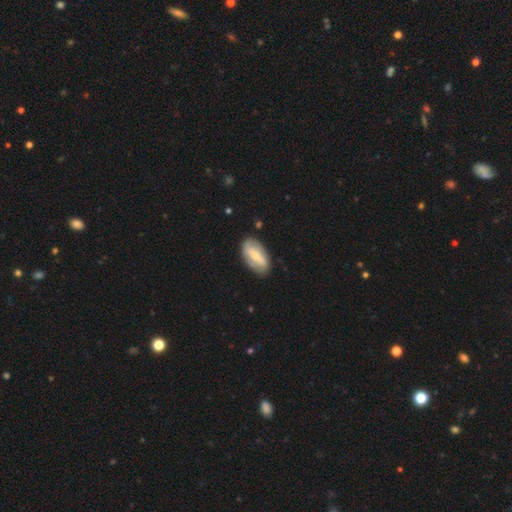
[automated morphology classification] A featured or disk galaxy (56%) with a weak bar (38%), spiral arms (71%) and a small central bulge (57%).

Vote fractions:
- Smooth or featured? featured or disk: 56% / smooth: 39% / star or artifact: 5%
- Edge-on disk? no: 93% / yes: 7%
- Bar? weak: 38% / strong: 32% / no: 30%
- Spiral arms? yes: 71% / no: 29%
- Bulge size? small: 57% / moderate: 38% / large: 2% / none: 2% / dominant: 1%
- Merging? none: 80% / minor disturbance: 15% / major disturbance: 4% / merger: 2%